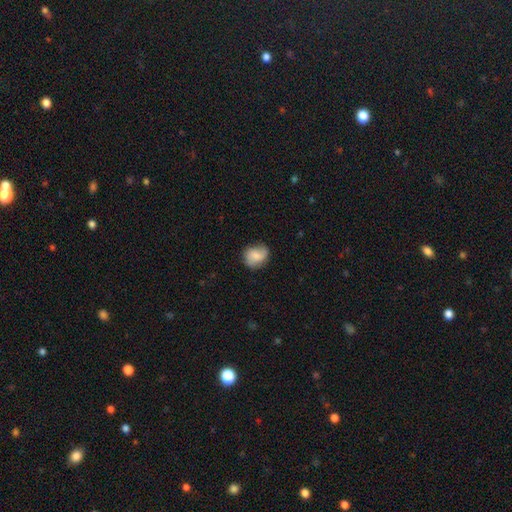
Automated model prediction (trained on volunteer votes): Smooth or featured? Predicted: smooth (p=0.62). How rounded? Predicted: round (p=0.64). Merging? Predicted: none (p=0.69).